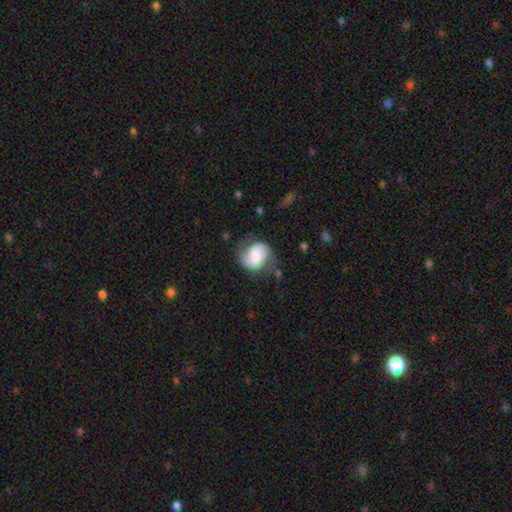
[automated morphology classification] featured or disk 62%, smooth 31%, star or artifact 7%. Down the decision tree: edge-on disk — no (98%); bar — no (47%); spiral arms — yes (92%); spiral arm count — 2 (85%); spiral winding — medium (45%); bulge size — small (29%); merging — none (65%).